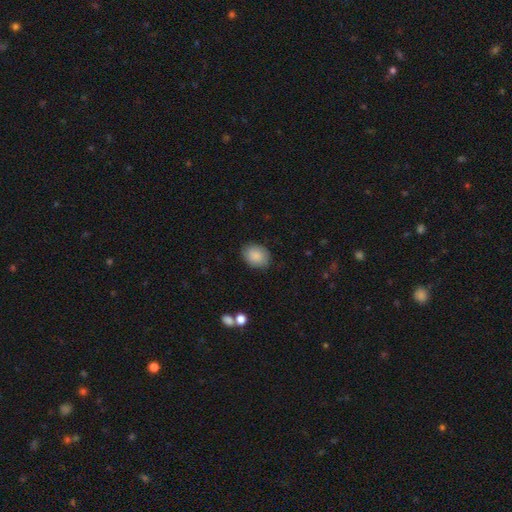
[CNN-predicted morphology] A smooth galaxy with no disk features (87%) that is in between round and cigar-shaped (55%). Merging: none (84%).